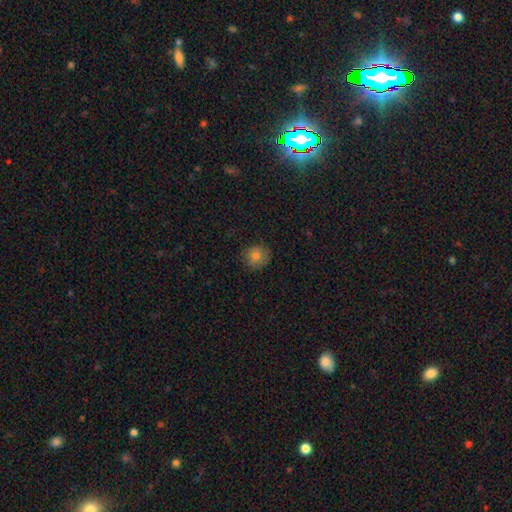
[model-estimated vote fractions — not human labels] Q: Smooth or featured?
A: smooth (77%); runner-up: star or artifact (12%)
Q: How rounded?
A: round (89%); runner-up: in between (10%)
Q: Merging?
A: none (82%); runner-up: minor disturbance (14%)